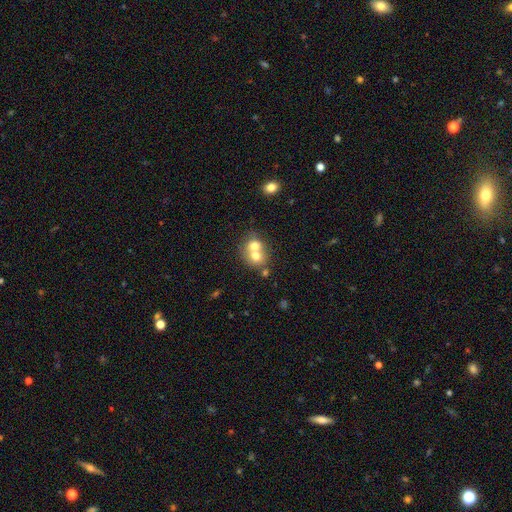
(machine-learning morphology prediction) smooth 67%, featured or disk 22%, star or artifact 11%. Down the decision tree: how rounded — round (71%); merging — merger (68%).